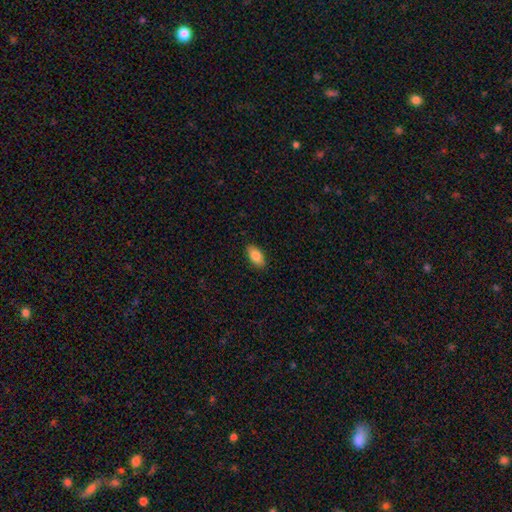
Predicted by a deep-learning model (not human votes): Smooth or featured? smooth (85%)
How rounded? in between (92%)
Merging? none (88%)